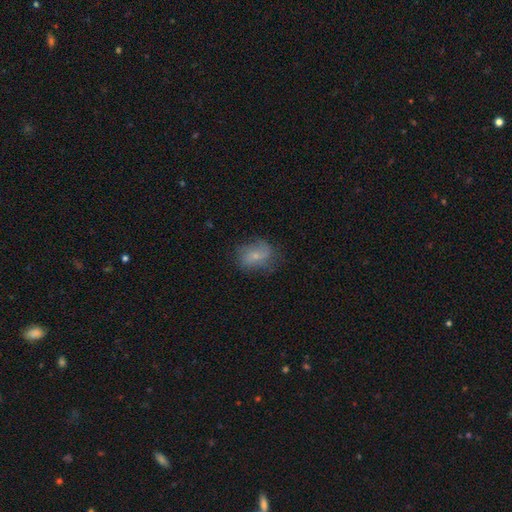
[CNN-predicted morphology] Smooth or featured?
  - smooth: 45% *
  - featured or disk: 44%
  - star or artifact: 10%
Merging?
  - none: 64% *
  - minor disturbance: 24%
  - major disturbance: 11%
  - merger: 1%